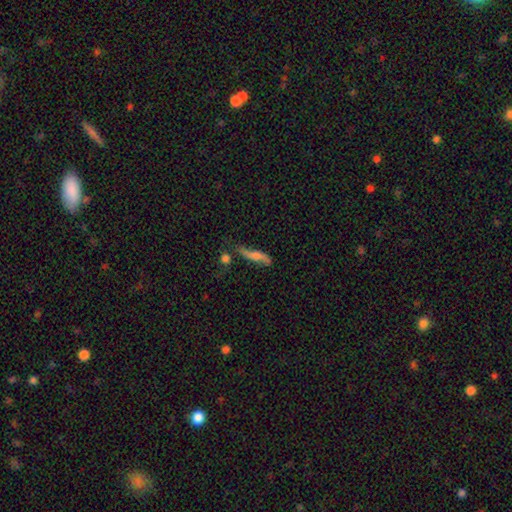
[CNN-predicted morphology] Smooth or featured? featured or disk (61%)
Edge-on disk? no (57%)
Merging? none (56%)